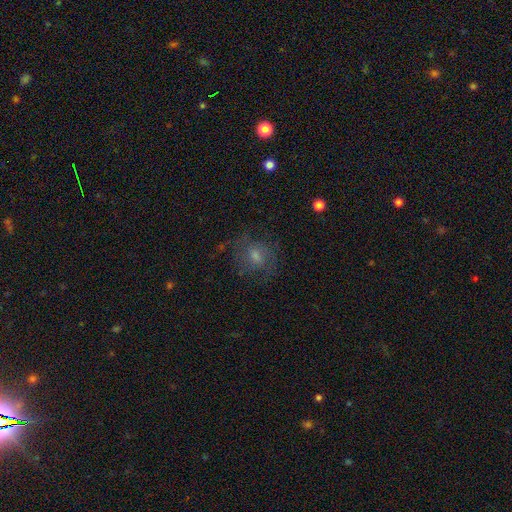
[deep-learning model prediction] The model was most divided on "smooth or featured": featured or disk: 41%, smooth: 39%, star or artifact: 20%. More confident: merging — none (68%).